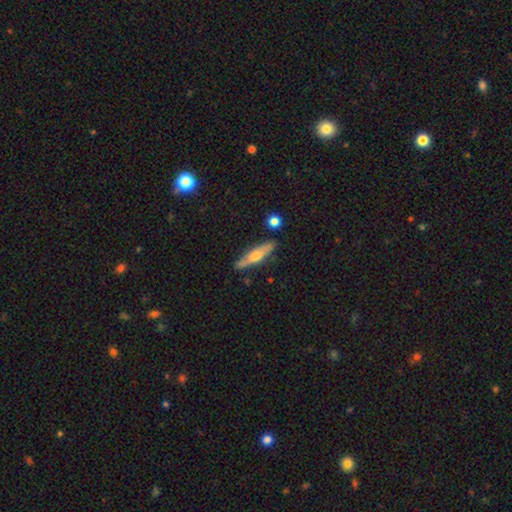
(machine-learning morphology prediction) type=featured or disk (50%); edge-on=yes (87%); merging=none (85%).